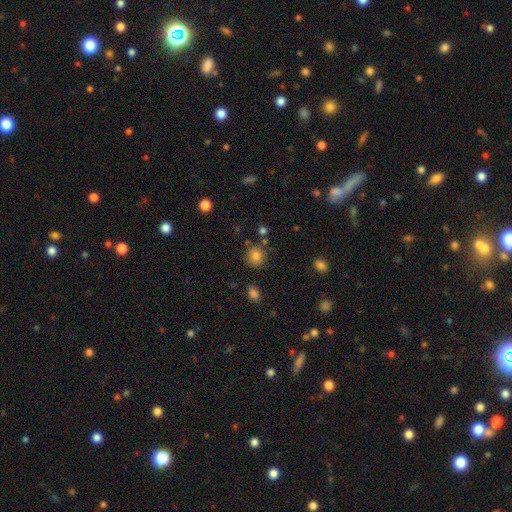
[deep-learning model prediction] A smooth galaxy with no disk features (82%) that is round (86%). Merging: none (79%).